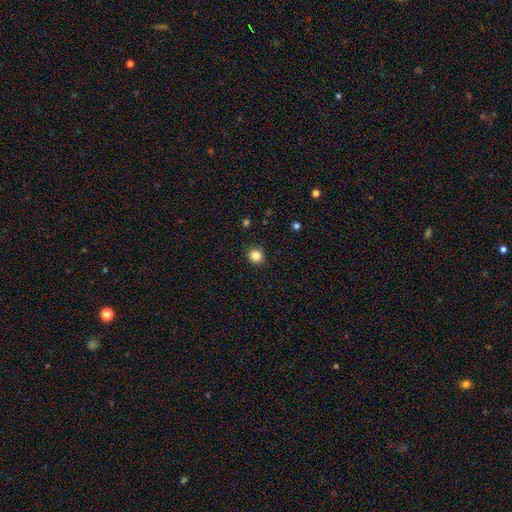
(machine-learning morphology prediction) The model was most divided on "how rounded": round: 77%, in between: 22%, cigar-shaped: 1%. More confident: merging — none (90%); smooth or featured — smooth (84%).